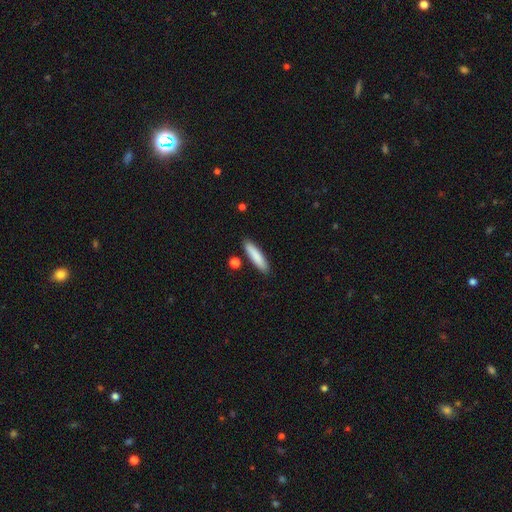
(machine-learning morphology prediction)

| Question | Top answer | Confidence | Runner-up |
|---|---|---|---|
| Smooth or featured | smooth | 84% | featured or disk (10%) |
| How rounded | cigar-shaped | 82% | in between (16%) |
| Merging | none | 87% | minor disturbance (8%) |